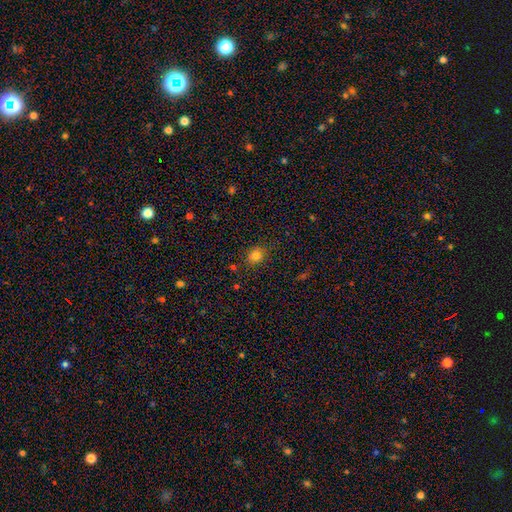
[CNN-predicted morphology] This is clearly a smooth galaxy (80%). How rounded: likely round (72%). Merging: clearly none (83%).